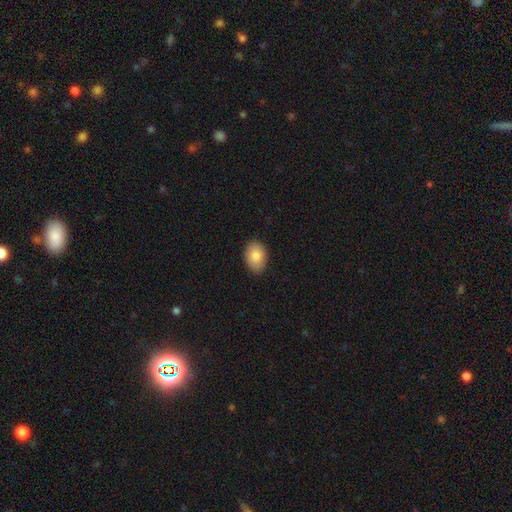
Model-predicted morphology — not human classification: Q: Smooth or featured?
A: smooth (85%); runner-up: featured or disk (8%)
Q: How rounded?
A: in between (80%); runner-up: round (19%)
Q: Merging?
A: none (86%); runner-up: minor disturbance (11%)